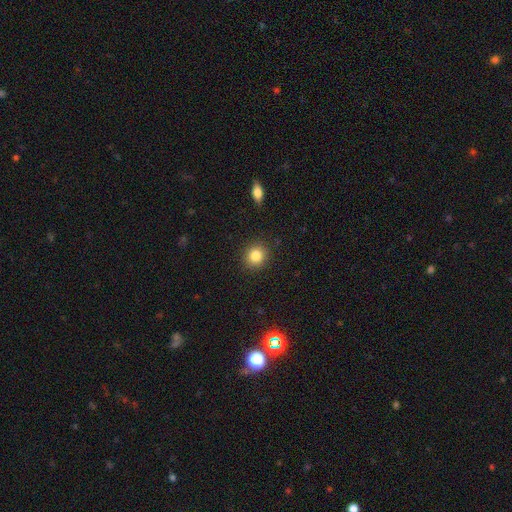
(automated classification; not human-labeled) smooth_or_featured: smooth (p=0.84) [alt: star or artifact p=0.10]
how_rounded: round (p=0.84) [alt: in between p=0.15]
merging: none (p=0.90) [alt: minor disturbance p=0.06]